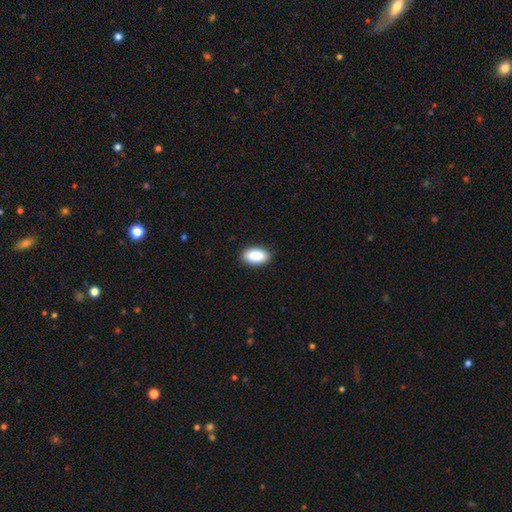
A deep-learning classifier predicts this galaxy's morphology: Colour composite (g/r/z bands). It shows a smooth galaxy with no disk features (89%) that is in between round and cigar-shaped (94%). Merging: none (89%).